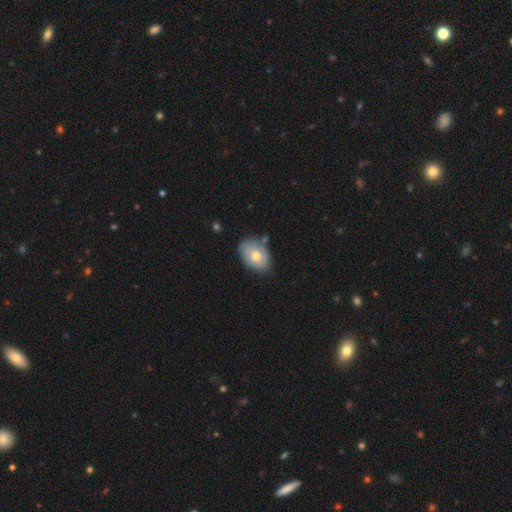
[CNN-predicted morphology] Smooth or featured: smooth — 68% (featured or disk — 25%)
How rounded: in between — 76% (round — 23%)
Merging: none — 70% (minor disturbance — 22%)